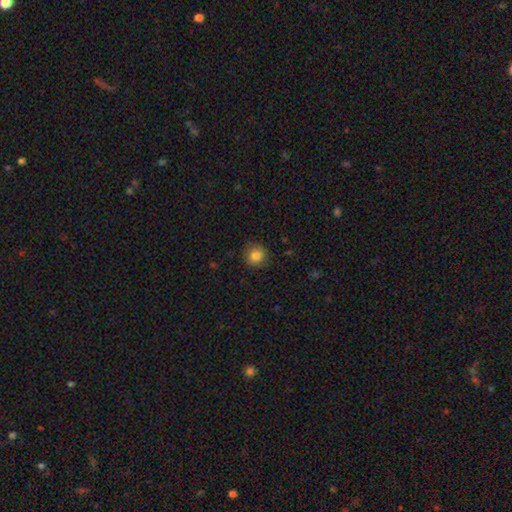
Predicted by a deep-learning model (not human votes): A smooth galaxy with no disk features (84%) that is round (91%). Merging: none (87%).